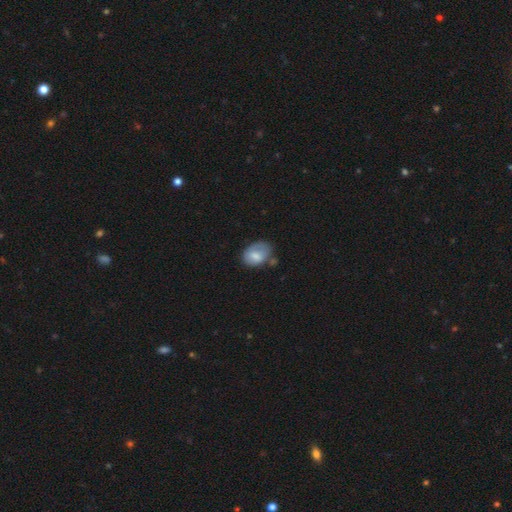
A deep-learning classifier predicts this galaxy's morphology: smooth_or_featured: smooth (p=0.72) [alt: featured or disk p=0.21]
how_rounded: in between (p=0.78) [alt: round p=0.21]
merging: none (p=0.45) [alt: minor disturbance p=0.32]